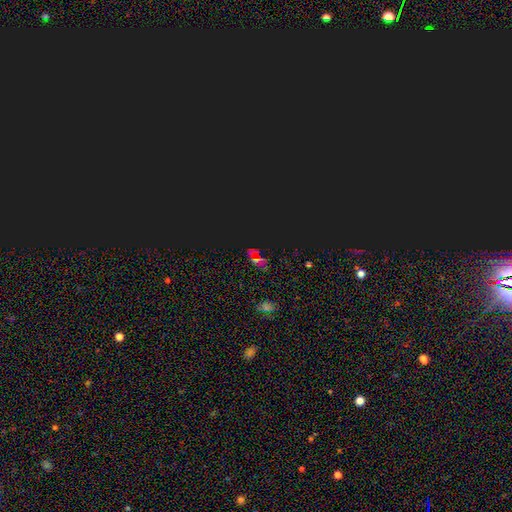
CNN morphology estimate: Smooth or featured? star or artifact (71%)